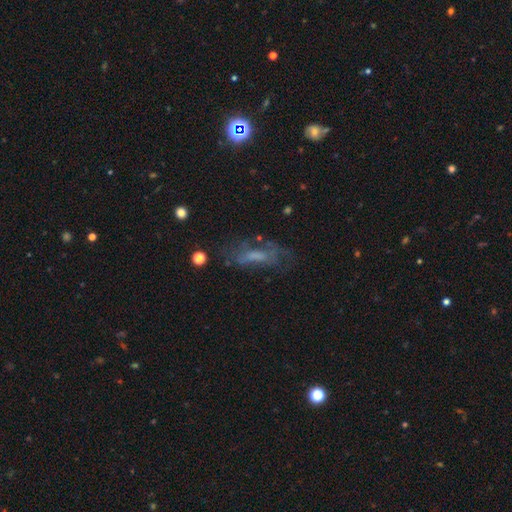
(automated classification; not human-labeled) Smooth or featured?
  - featured or disk: 47% *
  - smooth: 36%
  - star or artifact: 17%
Merging?
  - none: 51% *
  - major disturbance: 23%
  - minor disturbance: 22%
  - merger: 4%